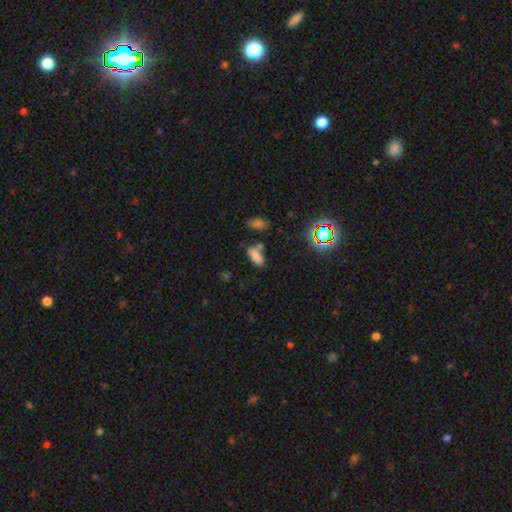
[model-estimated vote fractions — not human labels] Smooth or featured? smooth (75%)
How rounded? in between (84%)
Merging? none (59%)